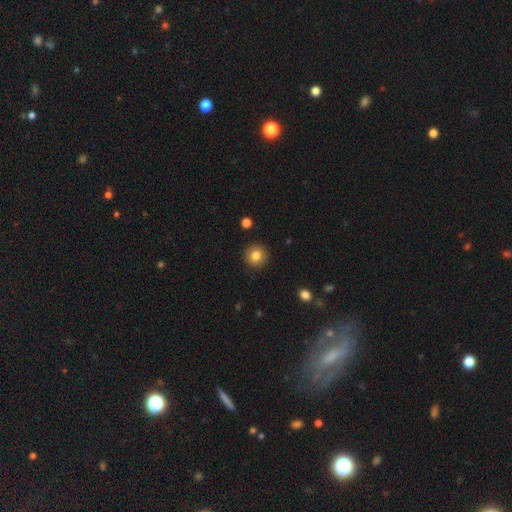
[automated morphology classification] Smooth or featured: smooth — 82% (star or artifact — 10%)
How rounded: round — 93% (in between — 6%)
Merging: none — 92% (minor disturbance — 6%)